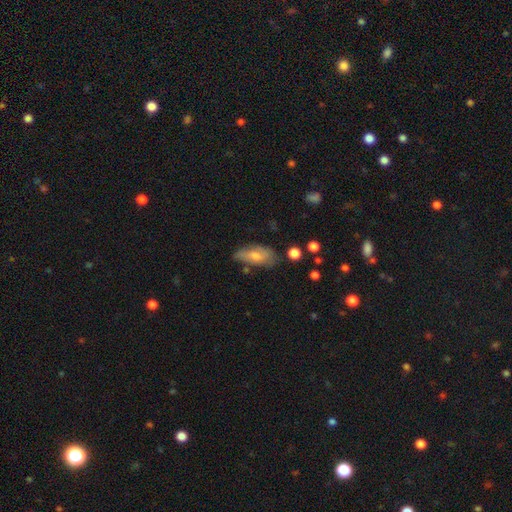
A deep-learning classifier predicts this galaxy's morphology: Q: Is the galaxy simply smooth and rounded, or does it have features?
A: smooth — 66%.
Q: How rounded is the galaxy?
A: in between — 84%.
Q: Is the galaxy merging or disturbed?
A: none — 52%.